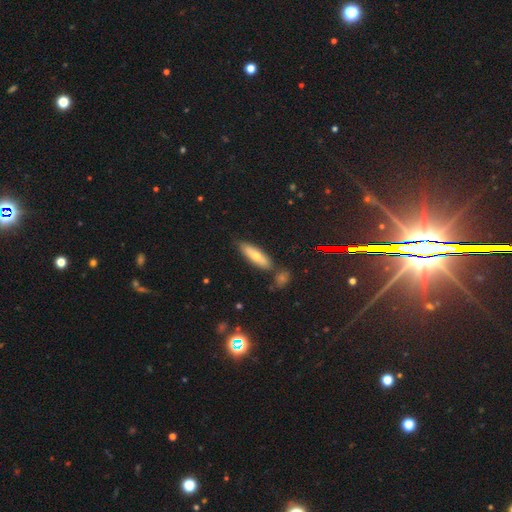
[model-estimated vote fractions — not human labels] Smooth or featured: smooth — 60% (featured or disk — 30%)
How rounded: cigar-shaped — 55% (in between — 42%)
Merging: none — 76% (minor disturbance — 13%)